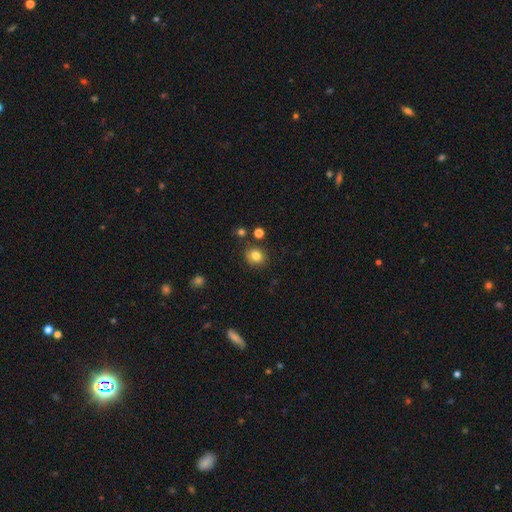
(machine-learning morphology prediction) Smooth or featured? smooth (80%)
How rounded? round (74%)
Merging? none (83%)